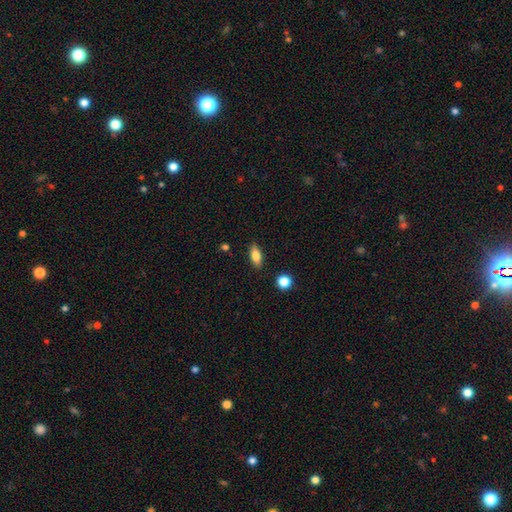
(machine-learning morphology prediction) Q: Smooth or featured?
A: smooth (79%); runner-up: featured or disk (13%)
Q: How rounded?
A: in between (80%); runner-up: cigar-shaped (16%)
Q: Merging?
A: none (87%); runner-up: minor disturbance (9%)